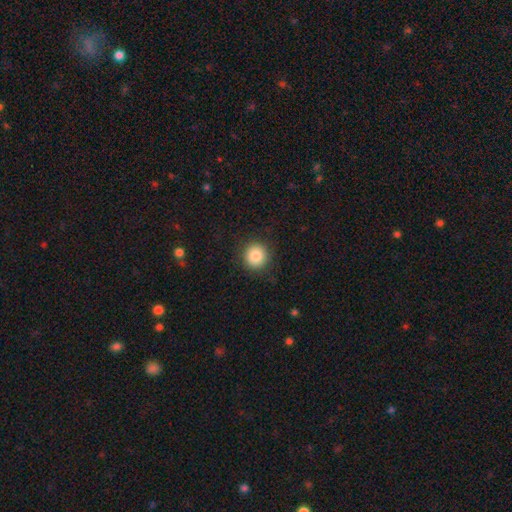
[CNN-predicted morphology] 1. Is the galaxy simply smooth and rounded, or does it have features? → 86% smooth, 9% star or artifact, 5% featured or disk.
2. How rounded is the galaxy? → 93% round, 6% in between, 1% cigar-shaped.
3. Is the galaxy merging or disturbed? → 90% none, 7% minor disturbance, 2% major disturbance, 1% merger.